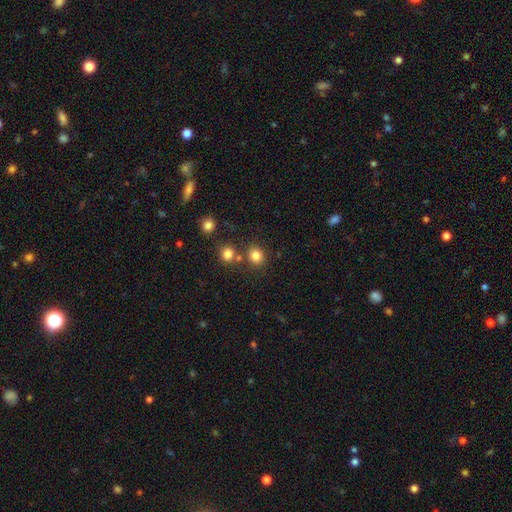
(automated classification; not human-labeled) This is clearly a smooth galaxy (82%). How rounded: clearly round (81%). Merging: likely none (76%).